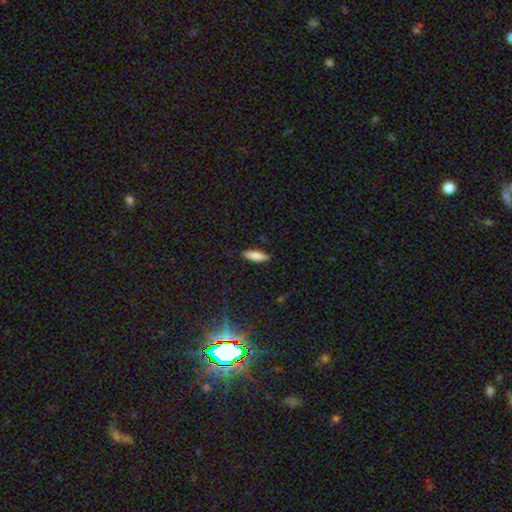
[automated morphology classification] Smooth or featured?
  - smooth: 83% *
  - featured or disk: 10%
  - star or artifact: 7%
How rounded?
  - in between: 54% *
  - cigar-shaped: 44%
  - round: 2%
Merging?
  - none: 84% *
  - minor disturbance: 12%
  - major disturbance: 2%
  - merger: 1%